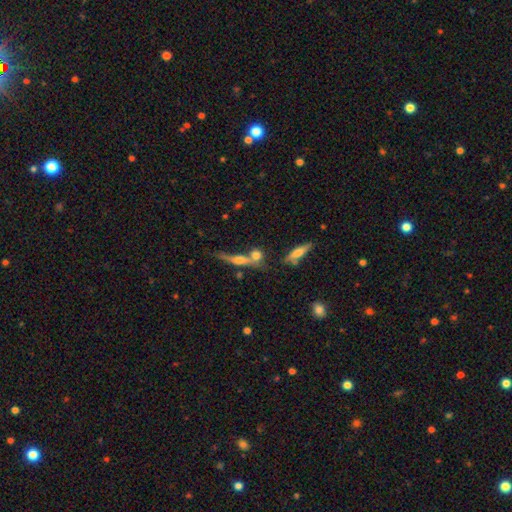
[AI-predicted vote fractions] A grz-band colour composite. It shows a featured or disk galaxy (46%). Merging: none (54%).